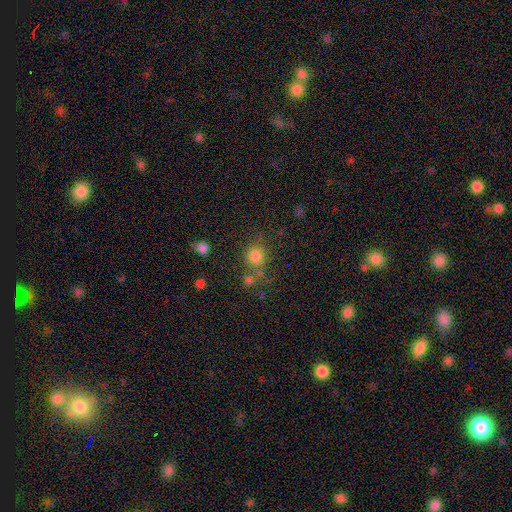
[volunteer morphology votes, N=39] Q: Smooth or featured?
A: smooth (85%); runner-up: featured or disk (8%)
Q: How rounded?
A: round (91%); runner-up: in between (9%)
Q: Merging?
A: none (78%); runner-up: minor disturbance (17%)